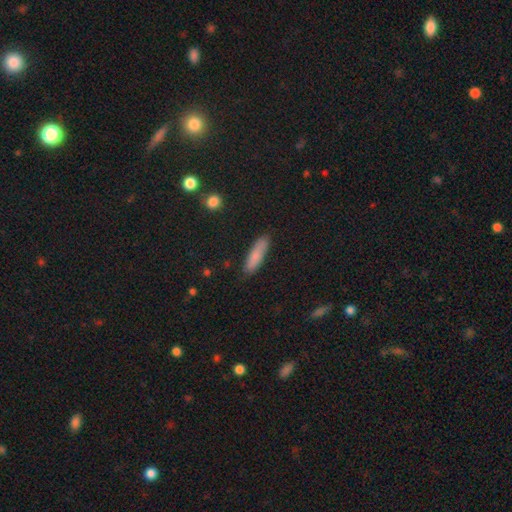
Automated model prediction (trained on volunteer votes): A smooth galaxy with no disk features (82%) that is cigar-shaped (65%). Merging: none (85%).